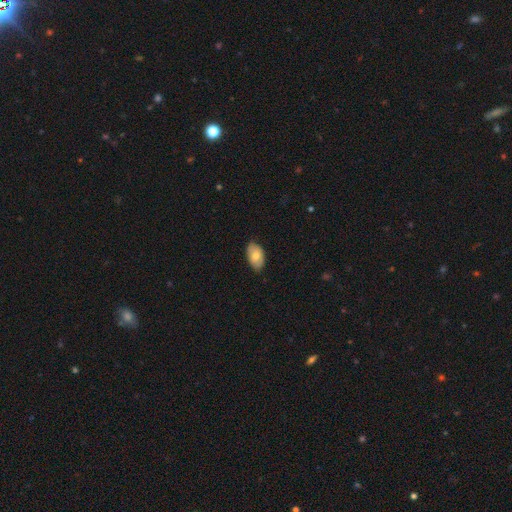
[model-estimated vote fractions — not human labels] Q: Smooth or featured?
A: smooth (75%); runner-up: featured or disk (19%)
Q: How rounded?
A: in between (93%); runner-up: round (5%)
Q: Merging?
A: none (79%); runner-up: minor disturbance (17%)